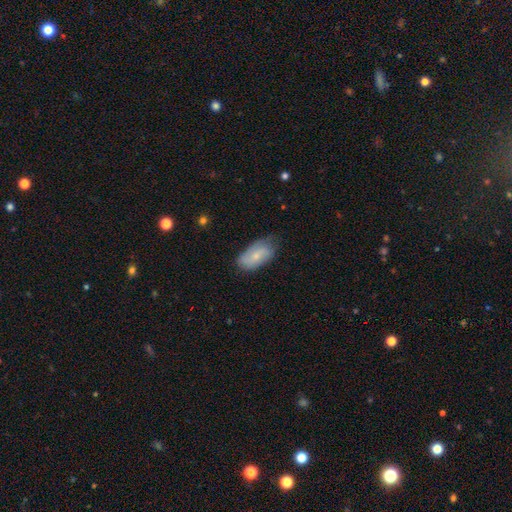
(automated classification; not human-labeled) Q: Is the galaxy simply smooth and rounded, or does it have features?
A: smooth — 54%.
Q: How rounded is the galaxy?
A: in between — 91%.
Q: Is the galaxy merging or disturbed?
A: none — 62%.